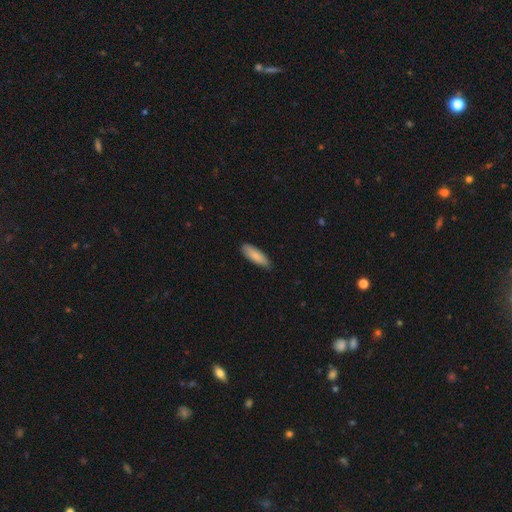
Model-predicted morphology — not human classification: Smooth or featured: smooth — 85% (featured or disk — 9%)
How rounded: in between — 52% (cigar-shaped — 46%)
Merging: none — 80% (minor disturbance — 17%)